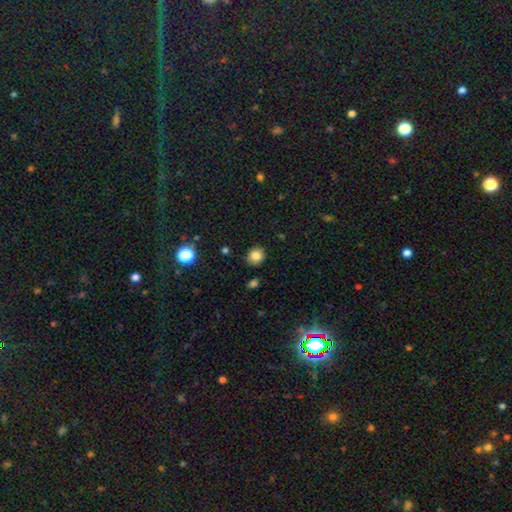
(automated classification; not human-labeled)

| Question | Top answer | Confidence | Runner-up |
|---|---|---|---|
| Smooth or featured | smooth | 83% | star or artifact (11%) |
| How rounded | round | 82% | in between (17%) |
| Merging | none | 88% | minor disturbance (8%) |